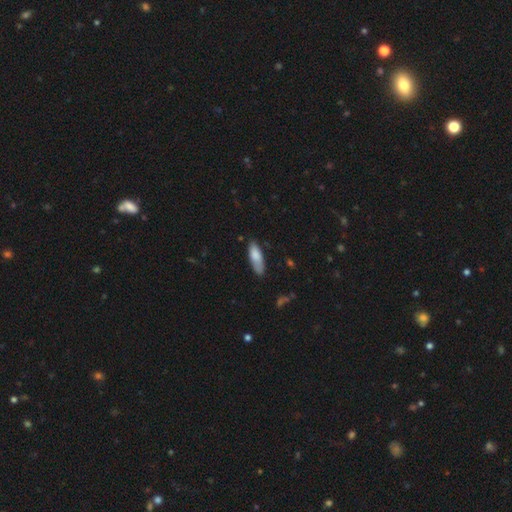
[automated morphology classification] The model was most divided on "how rounded": in between: 58%, cigar-shaped: 40%, round: 2%. More confident: smooth or featured — smooth (82%); merging — none (71%).